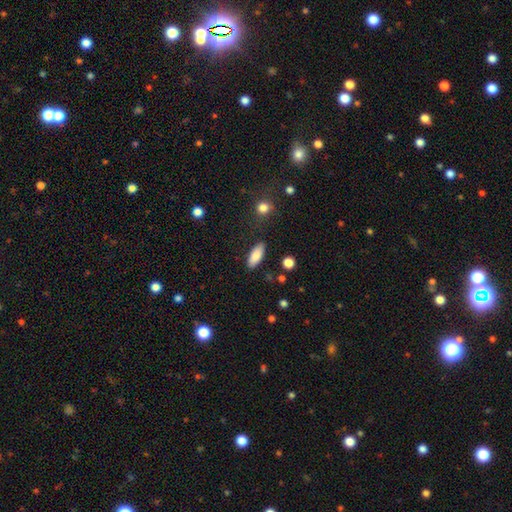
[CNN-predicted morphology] Q: Smooth or featured?
A: smooth (84%); runner-up: featured or disk (9%)
Q: How rounded?
A: in between (77%); runner-up: cigar-shaped (21%)
Q: Merging?
A: none (86%); runner-up: minor disturbance (10%)